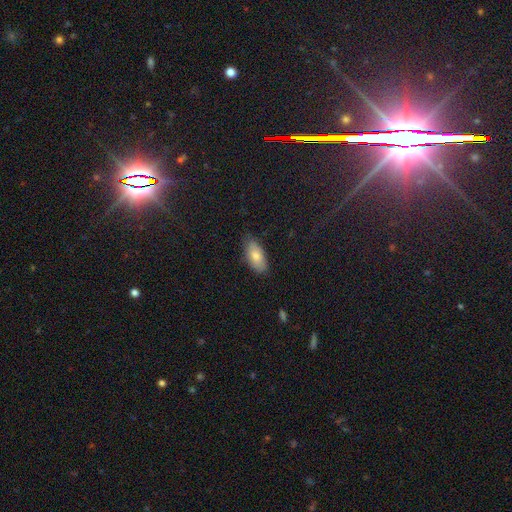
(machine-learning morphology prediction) Smooth or featured? Predicted: smooth (p=0.76). How rounded? Predicted: in between (p=0.87). Merging? Predicted: none (p=0.80).